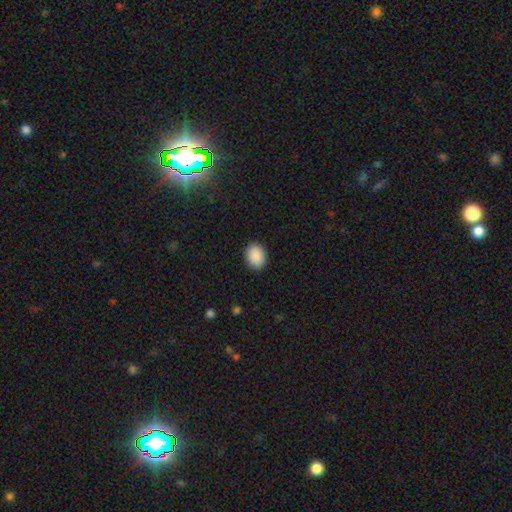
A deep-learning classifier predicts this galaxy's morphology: A smooth galaxy with no disk features (91%) that is in between round and cigar-shaped (64%). Merging: none (90%).